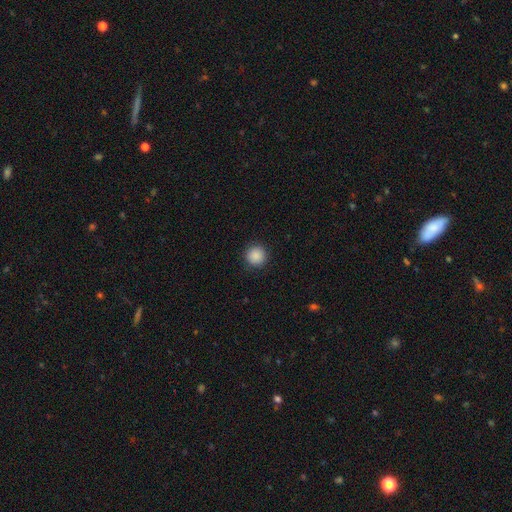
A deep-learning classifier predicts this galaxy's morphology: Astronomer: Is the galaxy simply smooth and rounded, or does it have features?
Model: smooth — 88%.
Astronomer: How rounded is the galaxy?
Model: round — 95%.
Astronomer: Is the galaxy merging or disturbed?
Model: none — 92%.